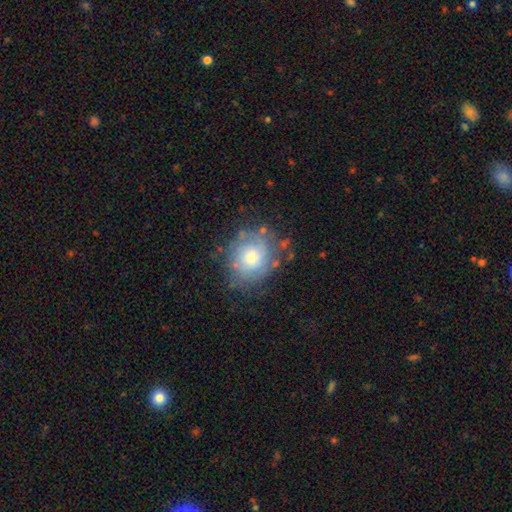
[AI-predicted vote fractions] smooth-or-featured: smooth: 50% | featured or disk: 40% | star or artifact: 9%
  how-rounded: round: 72% | in between: 27% | cigar-shaped: 1%
  merging: none: 68% | minor disturbance: 21% | major disturbance: 9% | merger: 3%